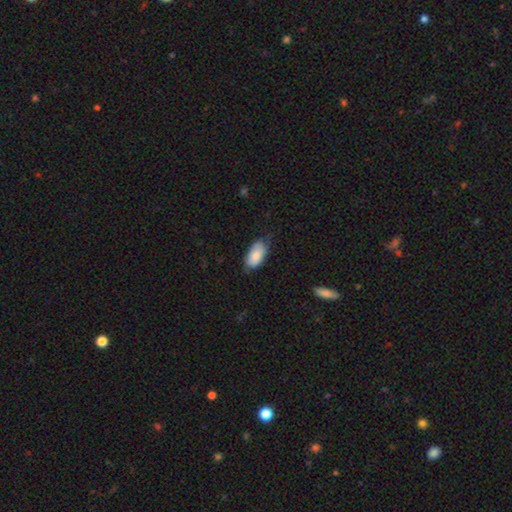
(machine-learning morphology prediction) Smooth or featured?
  - smooth: 81% *
  - featured or disk: 13%
  - star or artifact: 6%
How rounded?
  - in between: 94% *
  - round: 3%
  - cigar-shaped: 3%
Merging?
  - none: 65% *
  - minor disturbance: 28%
  - major disturbance: 5%
  - merger: 1%